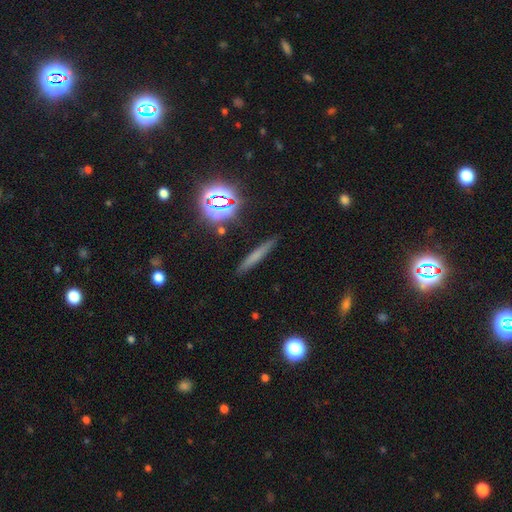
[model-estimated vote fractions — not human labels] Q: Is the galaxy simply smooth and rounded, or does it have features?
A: smooth — 58%.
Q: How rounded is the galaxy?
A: cigar-shaped — 92%.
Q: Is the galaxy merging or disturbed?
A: none — 88%.